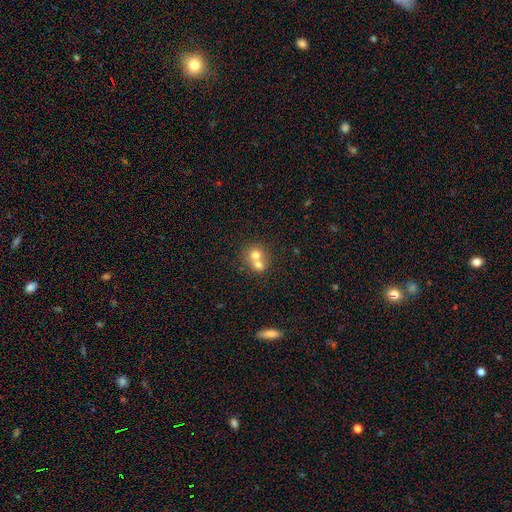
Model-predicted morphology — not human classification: Smooth or featured: smooth — 69% (featured or disk — 20%)
How rounded: round — 79% (in between — 20%)
Merging: merger — 66% (none — 28%)